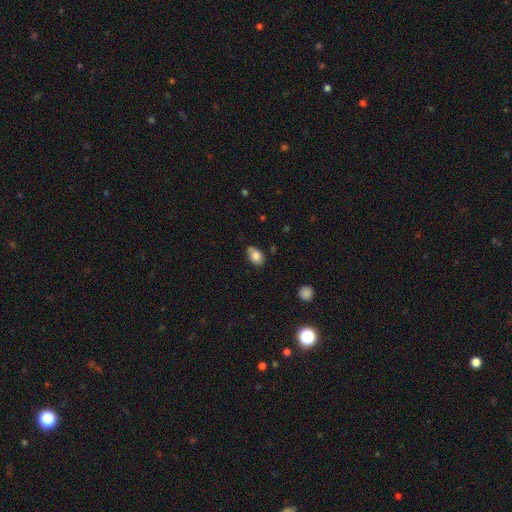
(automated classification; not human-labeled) smooth-or-featured: smooth: 82% | featured or disk: 10% | star or artifact: 8%
  how-rounded: in between: 89% | round: 9% | cigar-shaped: 2%
  merging: none: 71% | minor disturbance: 23% | major disturbance: 3% | merger: 2%